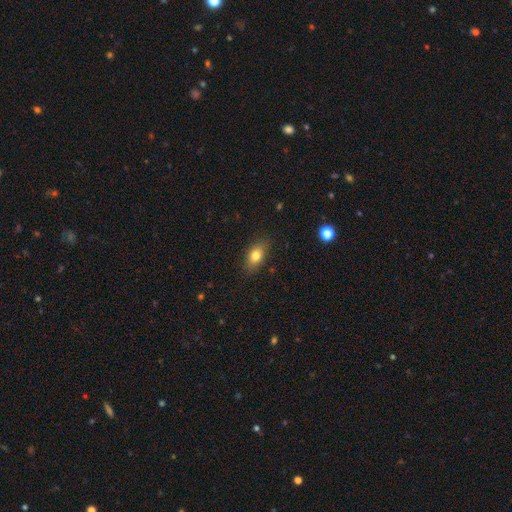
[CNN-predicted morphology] Smooth or featured?
  - smooth: 78% *
  - featured or disk: 12%
  - star or artifact: 9%
How rounded?
  - in between: 80% *
  - round: 13%
  - cigar-shaped: 7%
Merging?
  - none: 84% *
  - minor disturbance: 12%
  - major disturbance: 3%
  - merger: 1%